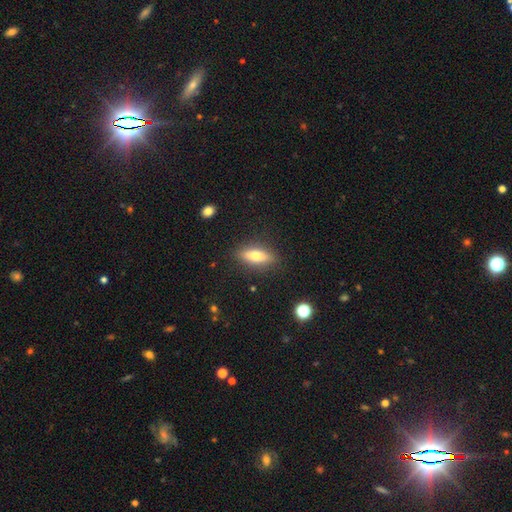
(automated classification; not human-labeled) Smooth or featured?
  - smooth: 64% *
  - featured or disk: 29%
  - star or artifact: 7%
How rounded?
  - in between: 56% *
  - cigar-shaped: 41%
  - round: 3%
Merging?
  - none: 87% *
  - minor disturbance: 9%
  - major disturbance: 3%
  - merger: 1%